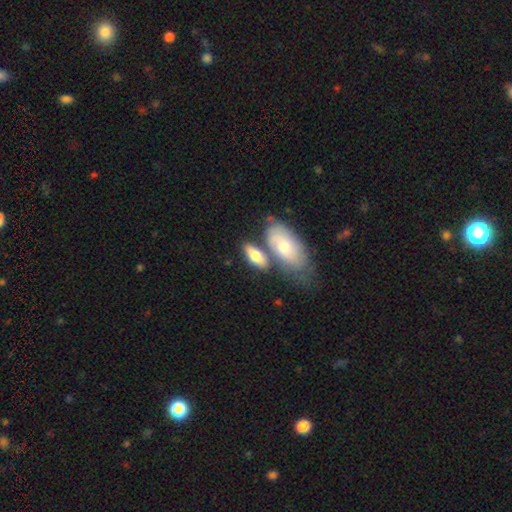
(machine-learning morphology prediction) Smooth or featured: smooth — 68% (featured or disk — 26%)
How rounded: in between — 80% (cigar-shaped — 17%)
Merging: none — 49% (merger — 33%)